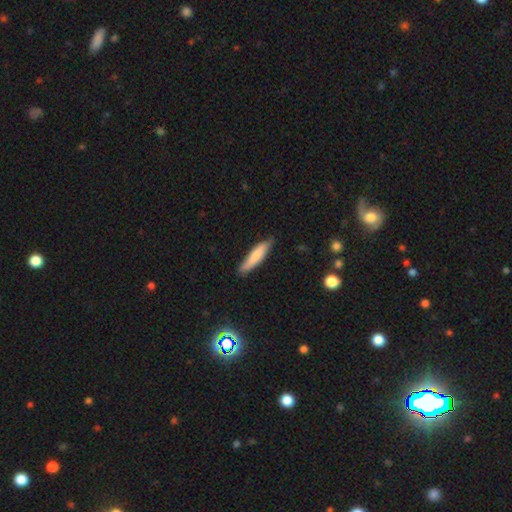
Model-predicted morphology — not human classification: Q: Smooth or featured?
A: smooth (79%); runner-up: featured or disk (16%)
Q: How rounded?
A: cigar-shaped (81%); runner-up: in between (18%)
Q: Merging?
A: none (81%); runner-up: minor disturbance (15%)